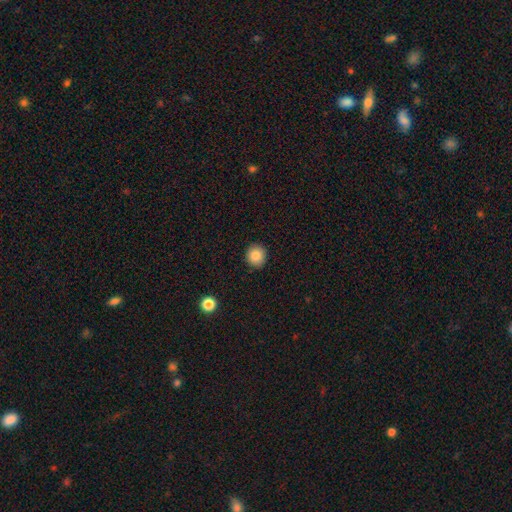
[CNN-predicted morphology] Smooth or featured: smooth — 85% (star or artifact — 9%)
How rounded: round — 88% (in between — 11%)
Merging: none — 91% (minor disturbance — 6%)